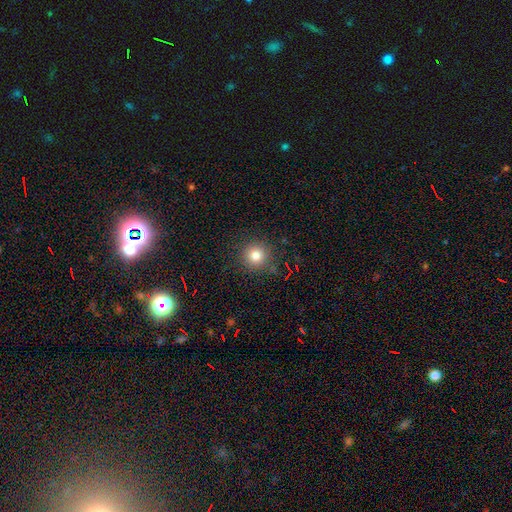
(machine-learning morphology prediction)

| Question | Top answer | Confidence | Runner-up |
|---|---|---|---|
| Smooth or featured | smooth | 79% | star or artifact (14%) |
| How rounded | round | 94% | in between (5%) |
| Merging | none | 88% | minor disturbance (8%) |